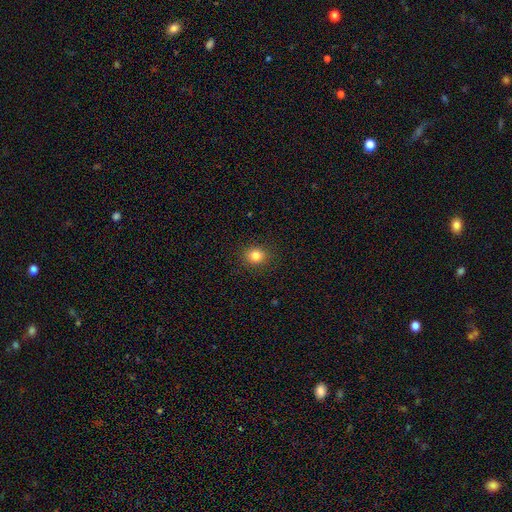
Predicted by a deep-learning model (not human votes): This is clearly a smooth galaxy (82%). How rounded: clearly round (80%). Merging: clearly none (91%).